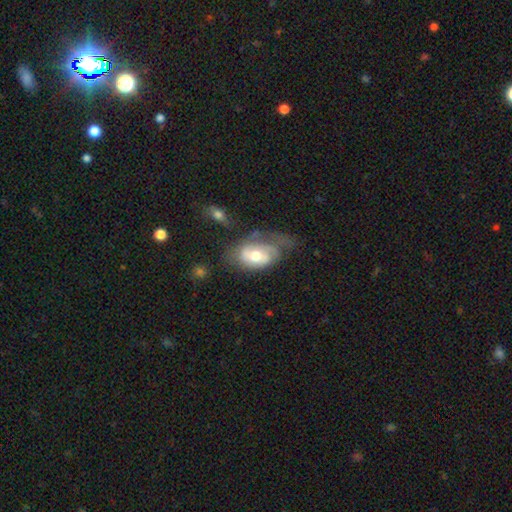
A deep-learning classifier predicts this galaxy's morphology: smooth-or-featured: featured or disk: 53% | smooth: 40% | star or artifact: 7%
  disk-edge-on: no: 93% | yes: 7%
  merging: none: 33% | major disturbance: 31% | minor disturbance: 30% | merger: 6%